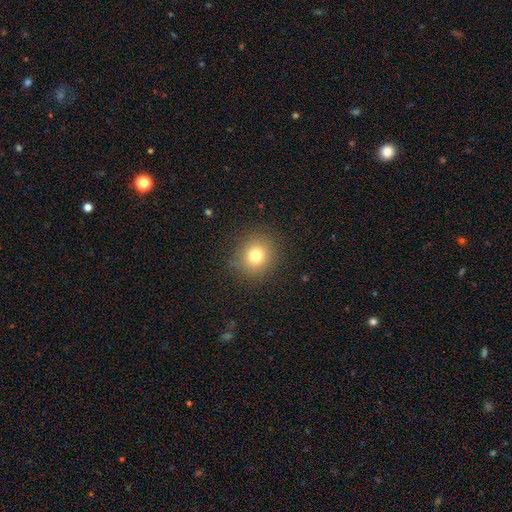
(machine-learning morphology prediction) smooth-or-featured: smooth: 77% | star or artifact: 14% | featured or disk: 9%
  how-rounded: round: 83% | in between: 16% | cigar-shaped: 1%
  merging: none: 88% | minor disturbance: 8% | major disturbance: 3% | merger: 1%